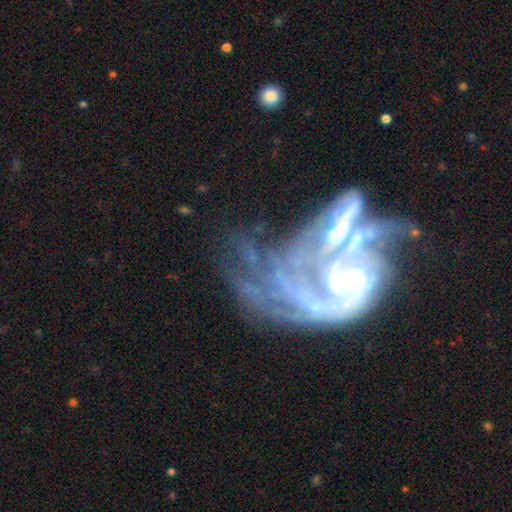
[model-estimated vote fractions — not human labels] This is clearly a featured or disk galaxy (81%). It is clearly not viewed edge-on (96%). Bar: possibly no (56%). Spiral arm pattern: likely yes (79%). Spiral arm count: marginally 2 (38%). Spiral winding: marginally medium (37%). Central bulge: marginally moderate (37%, tied with small). Merging: possibly merger (50%).